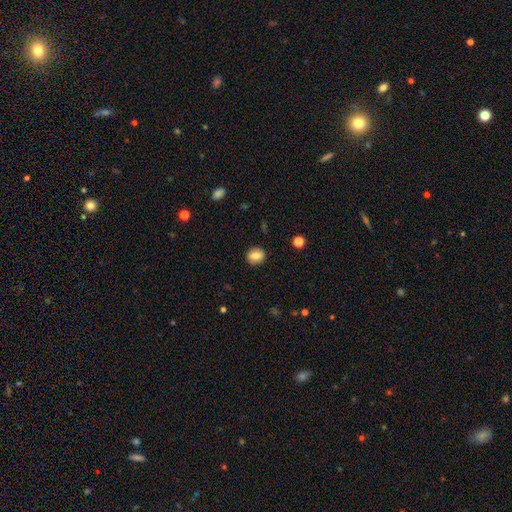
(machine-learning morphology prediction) Smooth or featured?
  - smooth: 76% *
  - featured or disk: 15%
  - star or artifact: 9%
How rounded?
  - round: 71% *
  - in between: 27%
  - cigar-shaped: 1%
Merging?
  - none: 88% *
  - minor disturbance: 8%
  - major disturbance: 2%
  - merger: 1%